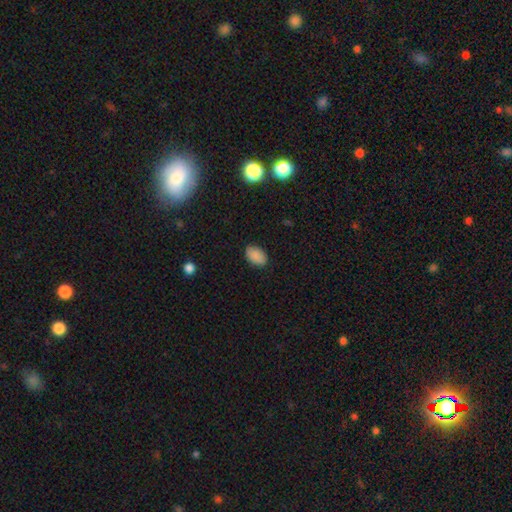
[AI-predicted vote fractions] smooth 88%, star or artifact 8%, featured or disk 4%. Down the decision tree: how rounded — in between (89%); merging — none (85%).